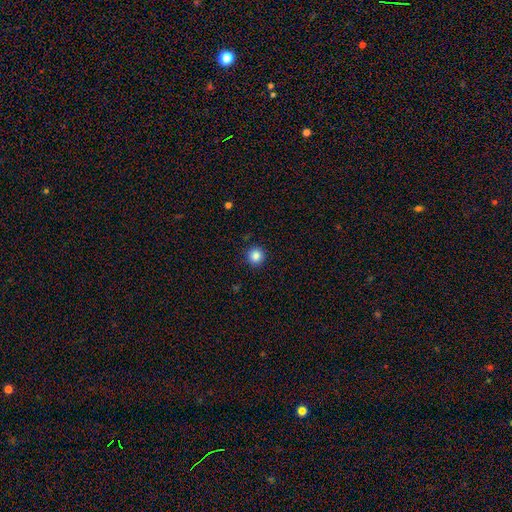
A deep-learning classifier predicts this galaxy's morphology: type=smooth (86%); roundness=round (94%); merging=none (91%).